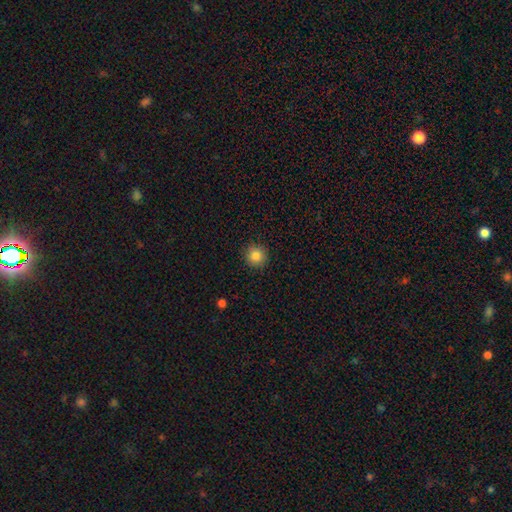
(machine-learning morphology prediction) Smooth or featured?
  - smooth: 85% *
  - star or artifact: 10%
  - featured or disk: 5%
How rounded?
  - round: 94% *
  - in between: 5%
  - cigar-shaped: 1%
Merging?
  - none: 91% *
  - minor disturbance: 6%
  - major disturbance: 2%
  - merger: 1%